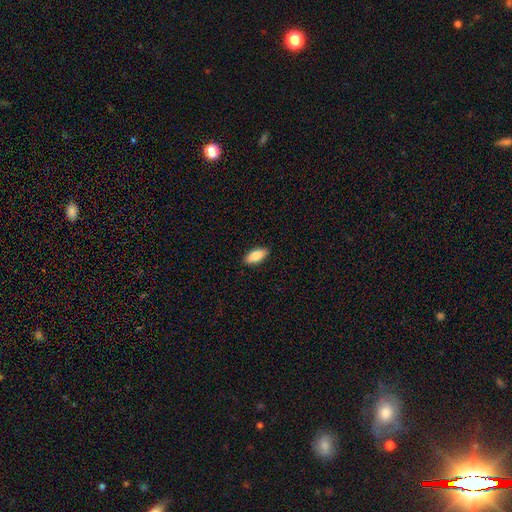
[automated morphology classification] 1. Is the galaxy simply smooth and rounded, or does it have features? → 80% smooth, 14% featured or disk, 6% star or artifact.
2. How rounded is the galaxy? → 85% in between, 12% cigar-shaped, 2% round.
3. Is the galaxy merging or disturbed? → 90% none, 8% minor disturbance, 2% major disturbance, 1% merger.